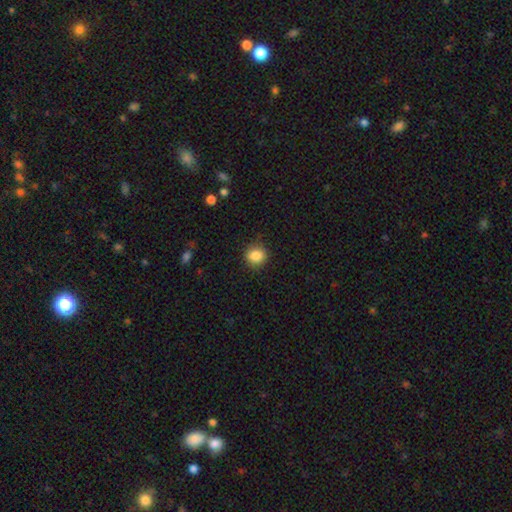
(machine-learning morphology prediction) A smooth galaxy with no disk features (85%) that is round (82%). Merging: none (87%).